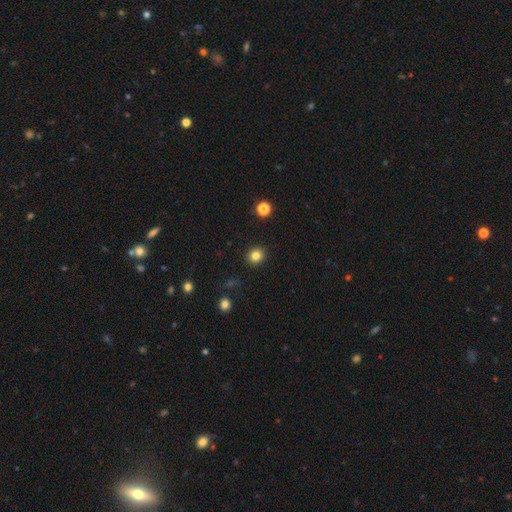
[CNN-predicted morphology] This appears to be a smooth galaxy with no disk features (83%) that is round (84%). Merging: none (91%).